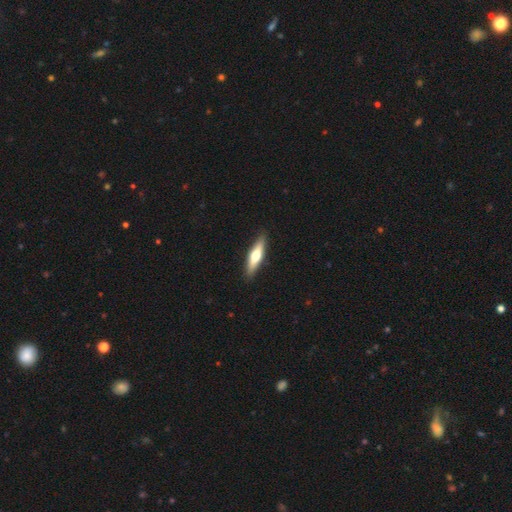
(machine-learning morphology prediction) Smooth or featured?
  - featured or disk: 49% *
  - smooth: 45%
  - star or artifact: 5%
Merging?
  - none: 90% *
  - minor disturbance: 7%
  - major disturbance: 2%
  - merger: 1%